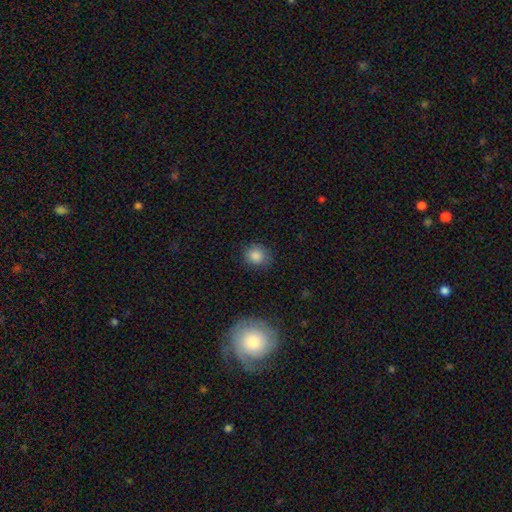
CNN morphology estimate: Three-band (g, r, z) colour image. It shows a smooth galaxy with no disk features (85%) that is round (81%). Merging: none (83%).